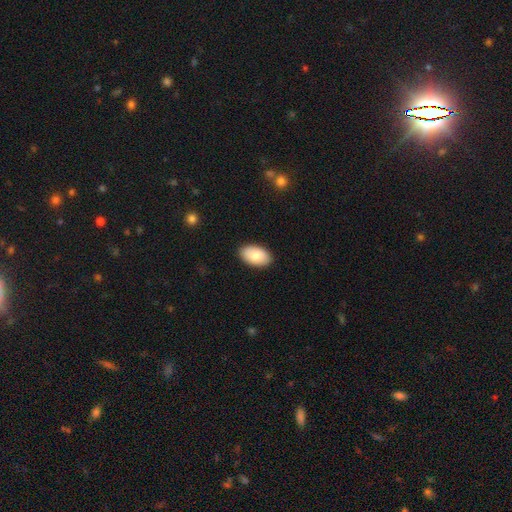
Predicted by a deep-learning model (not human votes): The model was most divided on "smooth or featured": smooth: 80%, featured or disk: 14%, star or artifact: 6%. More confident: how rounded — in between (94%); merging — none (89%).